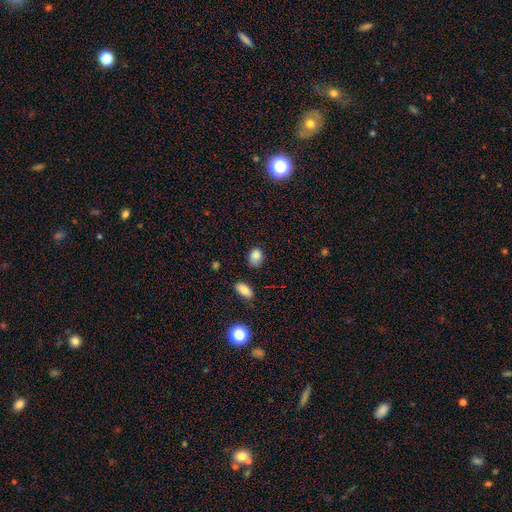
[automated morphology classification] Smooth or featured? Predicted: smooth (p=0.86). How rounded? Predicted: in between (p=0.62). Merging? Predicted: none (p=0.67).